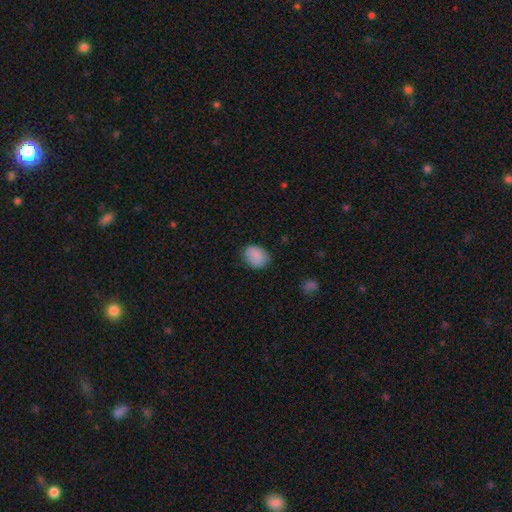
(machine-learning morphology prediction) This is clearly a smooth galaxy (84%). How rounded: possibly in between (56%). Merging: likely none (76%).